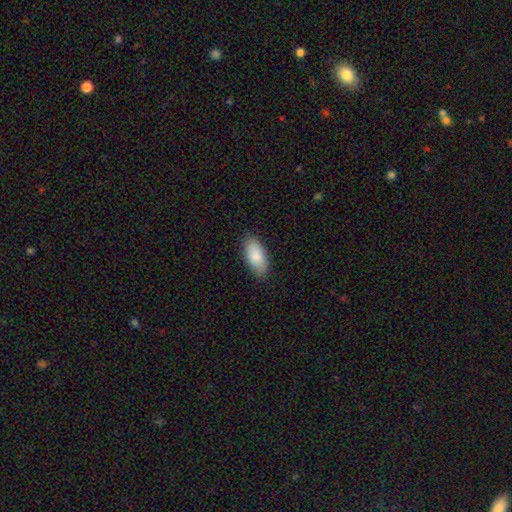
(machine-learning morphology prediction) The model was most divided on "merging": none: 87%, minor disturbance: 10%, major disturbance: 2%, merger: 1%. More confident: how rounded — in between (89%); smooth or featured — smooth (86%).